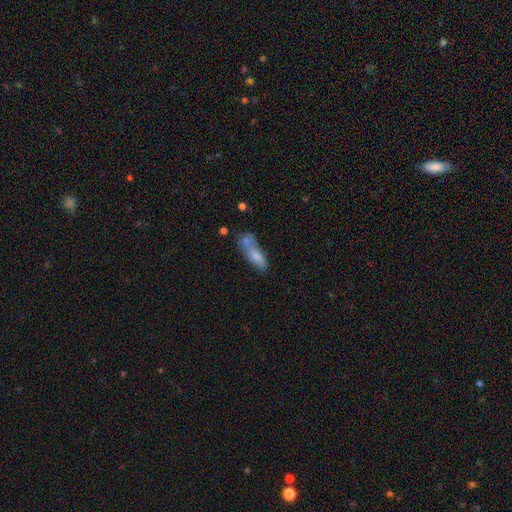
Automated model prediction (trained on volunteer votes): Q: Smooth or featured?
A: smooth (72%); runner-up: featured or disk (20%)
Q: How rounded?
A: in between (63%); runner-up: cigar-shaped (35%)
Q: Merging?
A: merger (35%); tied with: none (35%)